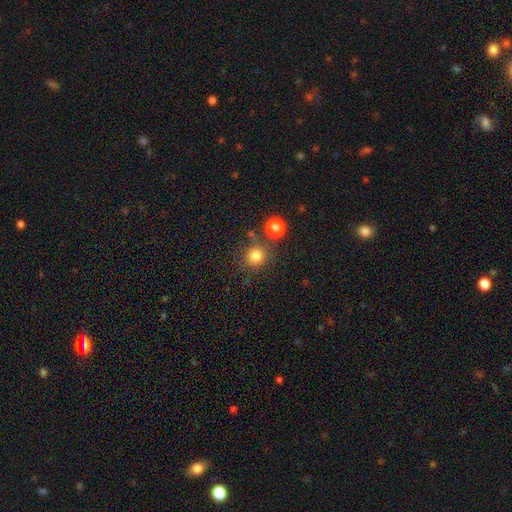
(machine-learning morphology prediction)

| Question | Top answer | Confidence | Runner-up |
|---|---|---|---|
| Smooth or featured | smooth | 81% | star or artifact (13%) |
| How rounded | round | 89% | in between (10%) |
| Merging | none | 75% | minor disturbance (11%) |